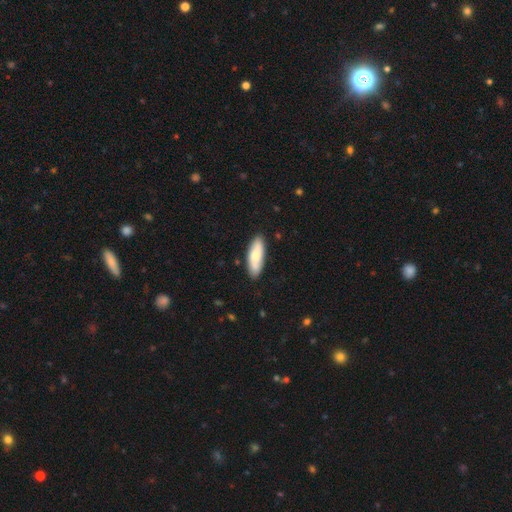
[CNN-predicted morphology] Smooth or featured? Predicted: smooth (p=0.72). How rounded? Predicted: in between (p=0.59). Merging? Predicted: none (p=0.86).